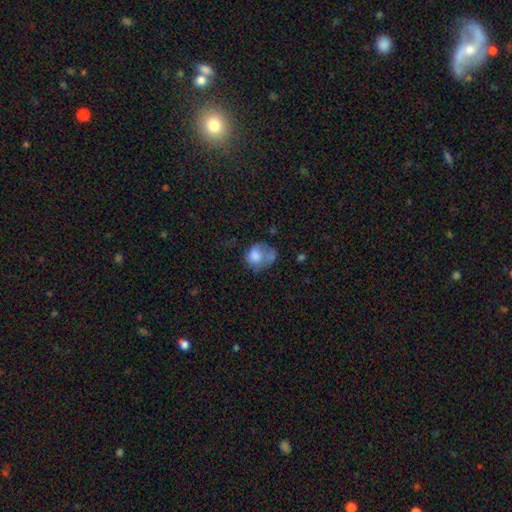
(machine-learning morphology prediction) Smooth or featured? smooth (67%)
How rounded? round (50%)
Merging? major disturbance (29%)